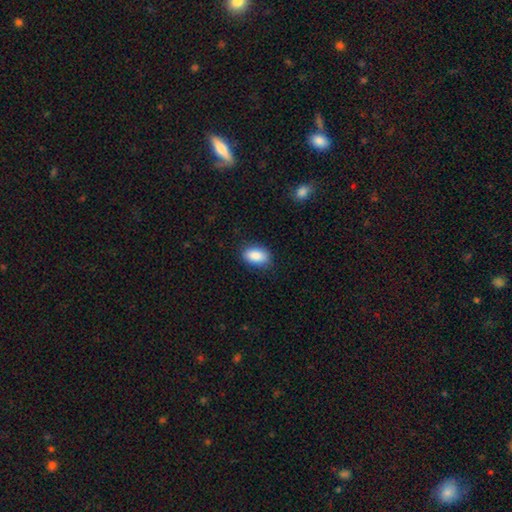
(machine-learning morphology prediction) smooth-or-featured: smooth: 89% | star or artifact: 7% | featured or disk: 4%
  how-rounded: in between: 91% | round: 7% | cigar-shaped: 2%
  merging: none: 85% | minor disturbance: 11% | major disturbance: 3% | merger: 1%